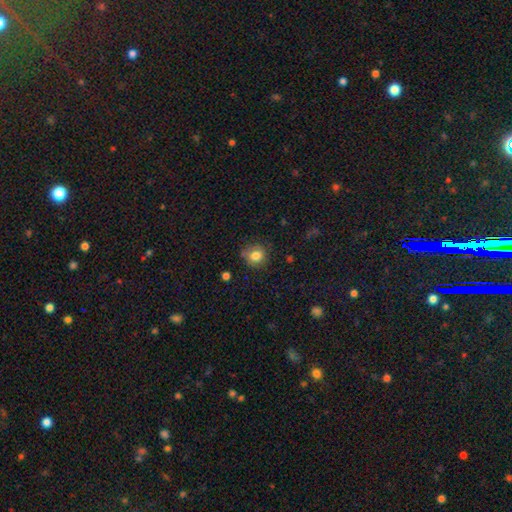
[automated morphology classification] smooth-or-featured: smooth: 82% | star or artifact: 11% | featured or disk: 8%
  how-rounded: round: 81% | in between: 18% | cigar-shaped: 1%
  merging: none: 75% | minor disturbance: 18% | major disturbance: 4% | merger: 3%